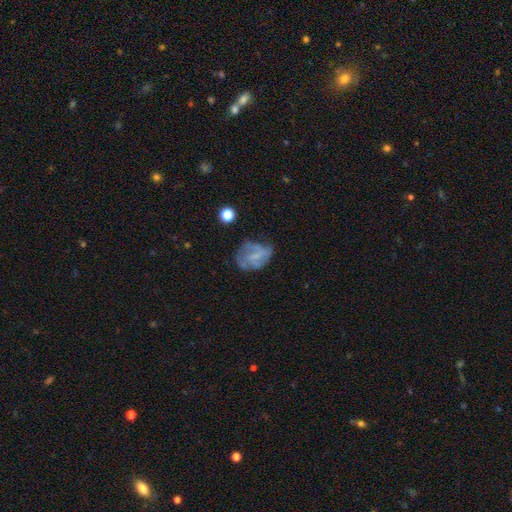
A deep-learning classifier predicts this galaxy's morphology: This appears to be a featured or disk galaxy (59%) with no bar (44%), spiral arms (68%) and no central bulge (41%, tied with small). Merging: none (48%).